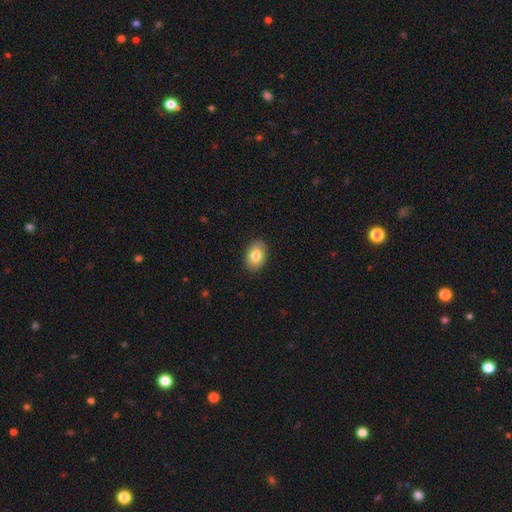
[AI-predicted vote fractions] A smooth galaxy with no disk features (80%) that is in between round and cigar-shaped (86%). Merging: none (89%).